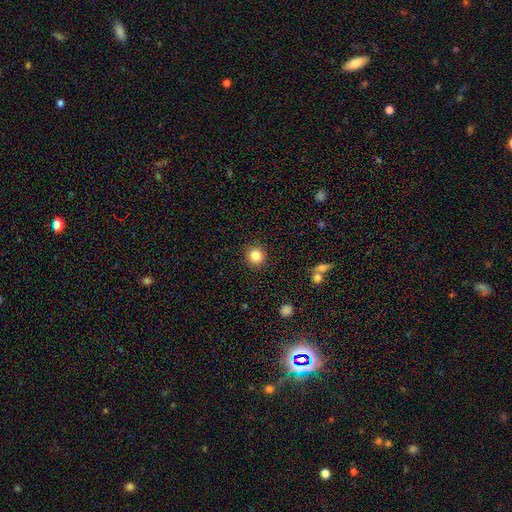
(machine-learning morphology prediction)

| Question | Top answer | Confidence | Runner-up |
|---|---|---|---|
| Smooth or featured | smooth | 84% | star or artifact (11%) |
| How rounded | round | 93% | in between (6%) |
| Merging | none | 91% | minor disturbance (6%) |